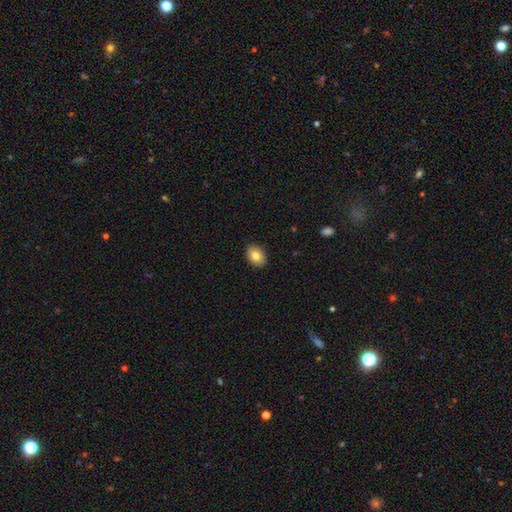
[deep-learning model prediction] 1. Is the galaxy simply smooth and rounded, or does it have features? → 82% smooth, 10% featured or disk, 8% star or artifact.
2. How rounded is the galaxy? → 70% in between, 29% round, 1% cigar-shaped.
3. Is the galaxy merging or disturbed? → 90% none, 7% minor disturbance, 2% major disturbance, 1% merger.